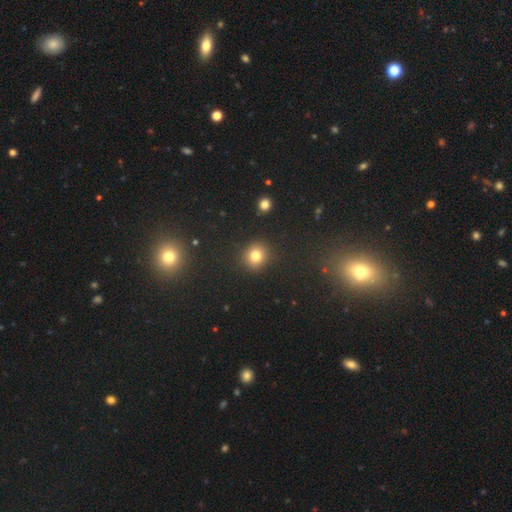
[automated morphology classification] Q: Smooth or featured?
A: smooth (80%); runner-up: star or artifact (14%)
Q: How rounded?
A: round (86%); runner-up: in between (13%)
Q: Merging?
A: none (88%); runner-up: minor disturbance (7%)